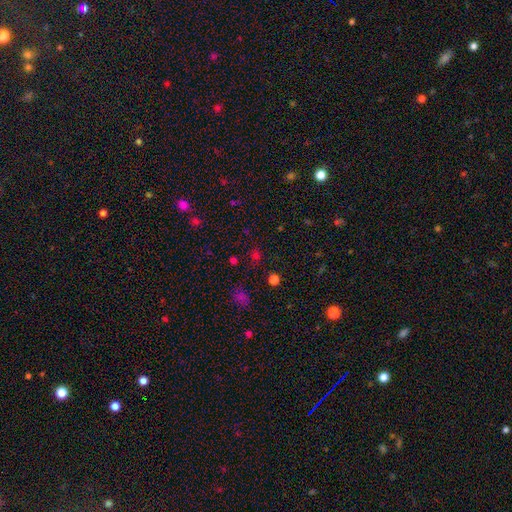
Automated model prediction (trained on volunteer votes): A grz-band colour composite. It shows a smooth galaxy with no disk features (57%) that is round (81%). Merging: none (80%).